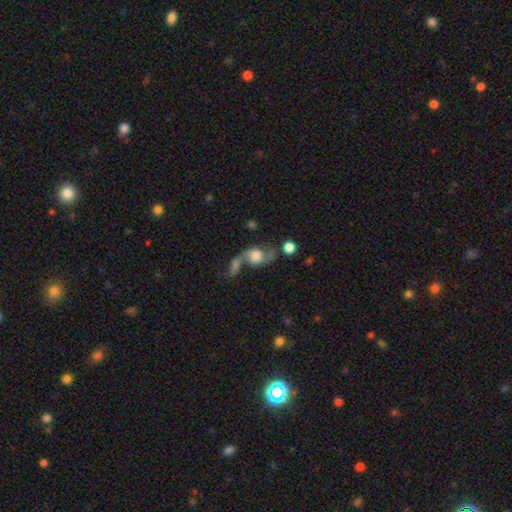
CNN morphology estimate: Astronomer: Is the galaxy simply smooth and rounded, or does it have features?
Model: featured or disk — 61%.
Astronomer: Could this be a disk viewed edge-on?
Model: no — 94%.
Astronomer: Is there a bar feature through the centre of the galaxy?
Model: no — 71%.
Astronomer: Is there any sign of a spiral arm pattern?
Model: yes — 84%.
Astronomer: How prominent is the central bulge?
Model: large — 40% (runner-up: moderate, 34%).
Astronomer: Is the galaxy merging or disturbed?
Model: merger — 41% (runner-up: none, 32%).